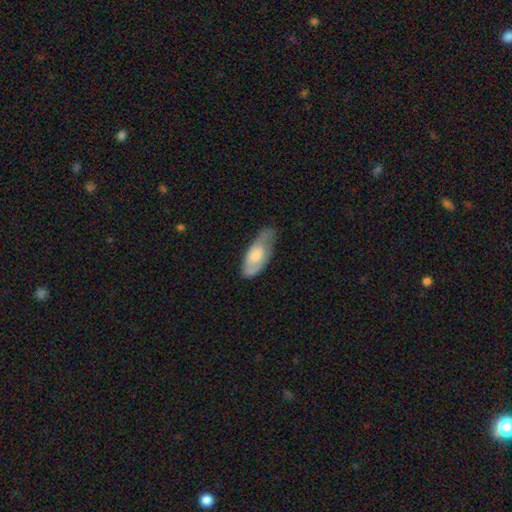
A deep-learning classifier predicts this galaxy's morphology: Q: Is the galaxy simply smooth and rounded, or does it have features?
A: smooth — 61%.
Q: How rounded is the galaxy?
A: in between — 83%.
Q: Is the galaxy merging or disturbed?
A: none — 45%.